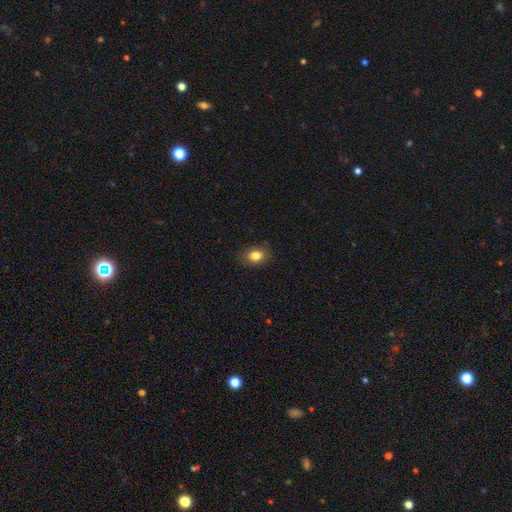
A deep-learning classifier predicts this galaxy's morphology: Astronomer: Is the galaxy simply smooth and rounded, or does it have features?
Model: smooth — 83%.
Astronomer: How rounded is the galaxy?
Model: in between — 66%.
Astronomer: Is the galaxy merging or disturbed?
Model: none — 85%.